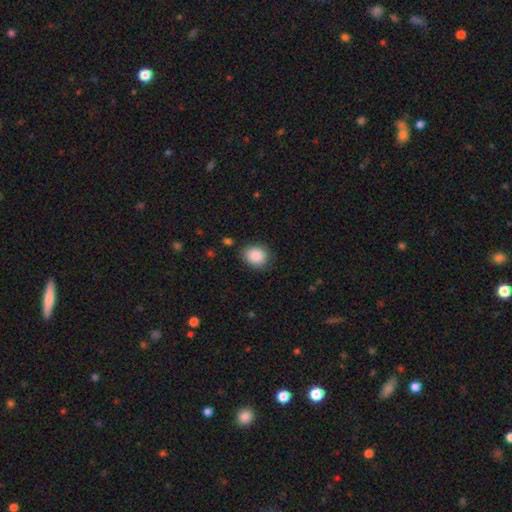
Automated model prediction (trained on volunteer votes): Smooth or featured: smooth — 89% (star or artifact — 8%)
How rounded: round — 55% (in between — 44%)
Merging: none — 81% (minor disturbance — 14%)